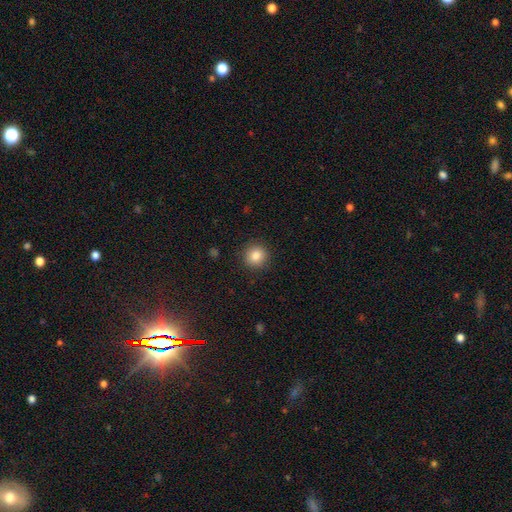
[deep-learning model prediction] Smooth or featured?
  - smooth: 84% *
  - star or artifact: 10%
  - featured or disk: 6%
How rounded?
  - round: 92% *
  - in between: 7%
  - cigar-shaped: 1%
Merging?
  - none: 90% *
  - minor disturbance: 6%
  - major disturbance: 2%
  - merger: 1%